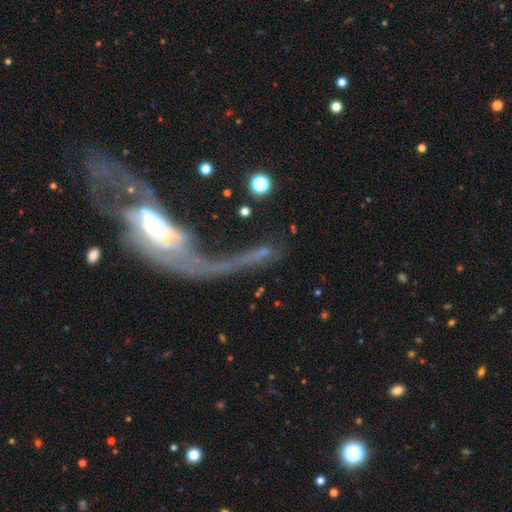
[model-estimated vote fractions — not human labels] This appears to be a featured or disk galaxy (62%) with no bar (49%), spiral arms (60%) and a moderate central bulge (37%). Merging: major disturbance (41%).